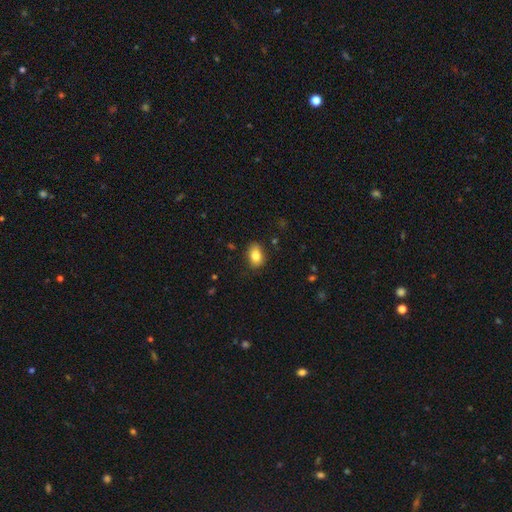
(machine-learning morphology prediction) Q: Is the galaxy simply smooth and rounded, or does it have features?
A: smooth — 83%.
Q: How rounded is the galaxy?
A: in between — 84%.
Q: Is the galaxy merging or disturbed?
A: none — 83%.